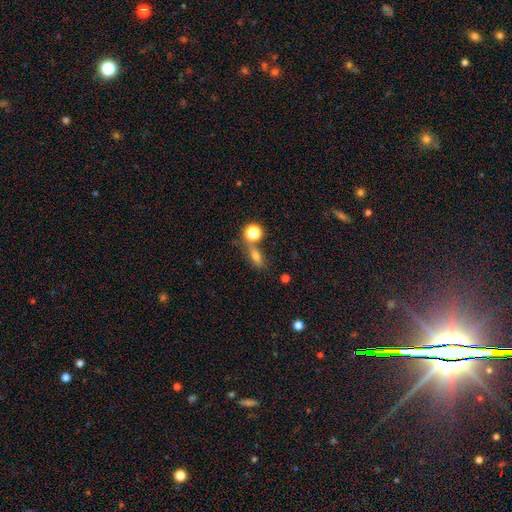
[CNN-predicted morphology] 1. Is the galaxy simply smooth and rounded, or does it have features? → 63% smooth, 21% featured or disk, 16% star or artifact.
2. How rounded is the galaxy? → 55% in between, 24% cigar-shaped, 21% round.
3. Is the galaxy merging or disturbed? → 59% none, 21% merger, 14% minor disturbance, 7% major disturbance.